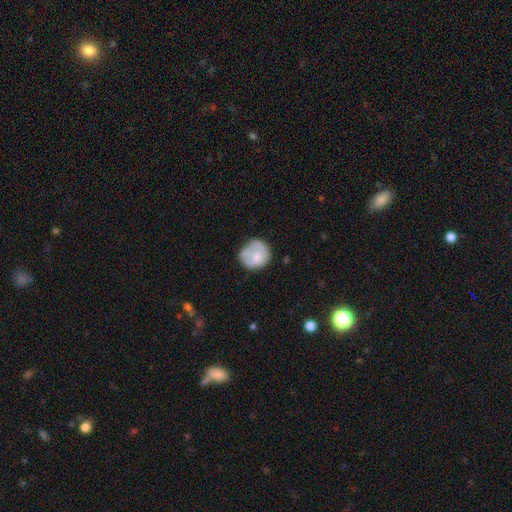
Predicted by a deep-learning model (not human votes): This appears to be a smooth galaxy with no disk features (61%) that is round (76%). Merging: none (50%).